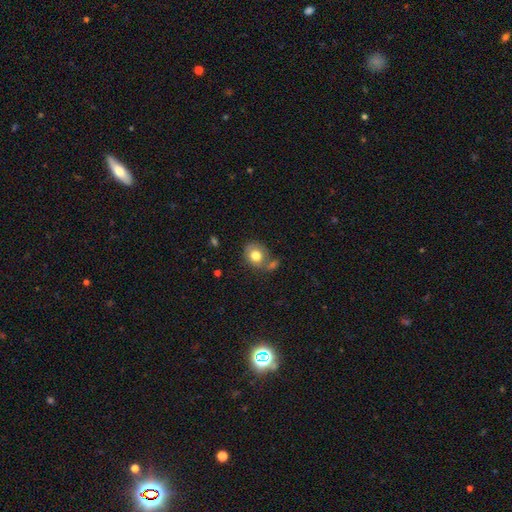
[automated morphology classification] Smooth or featured? smooth (76%)
How rounded? round (64%)
Merging? none (58%)